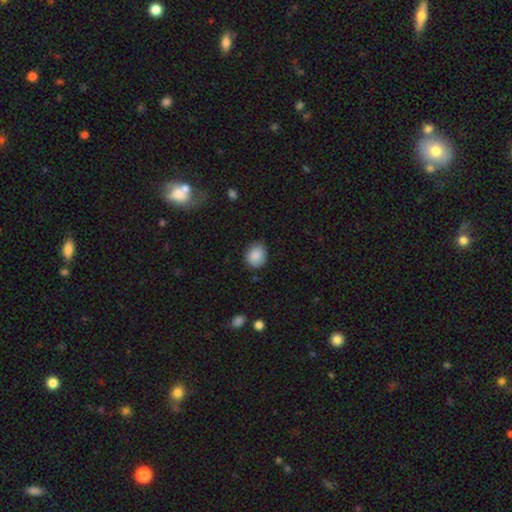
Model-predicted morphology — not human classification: A smooth galaxy with no disk features (88%) that is round (59%). Merging: none (80%).